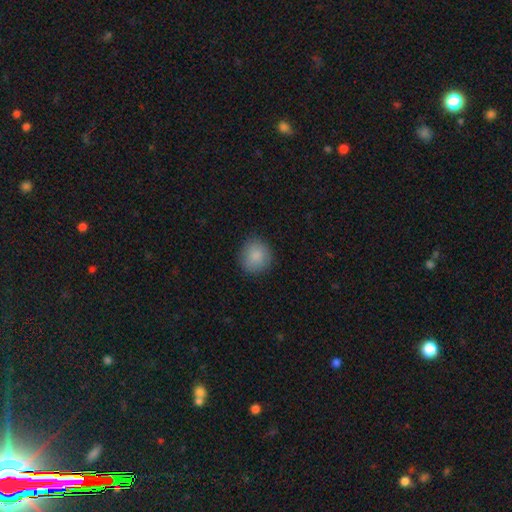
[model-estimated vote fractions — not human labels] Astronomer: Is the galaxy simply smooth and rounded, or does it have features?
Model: smooth — 87%.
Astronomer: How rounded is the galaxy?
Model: round — 89%.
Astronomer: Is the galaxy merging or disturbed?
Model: none — 86%.